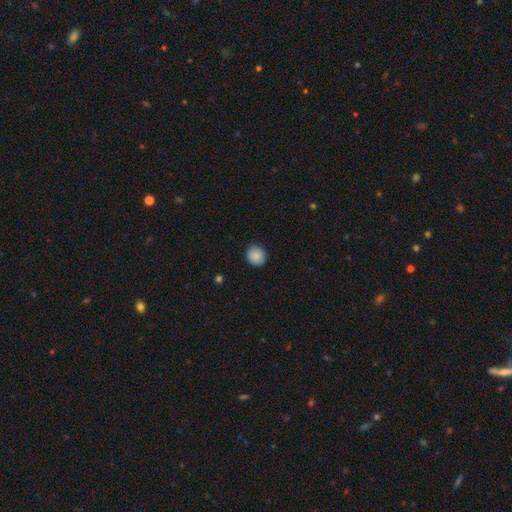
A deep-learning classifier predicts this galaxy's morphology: Smooth or featured? smooth (87%)
How rounded? round (86%)
Merging? none (87%)